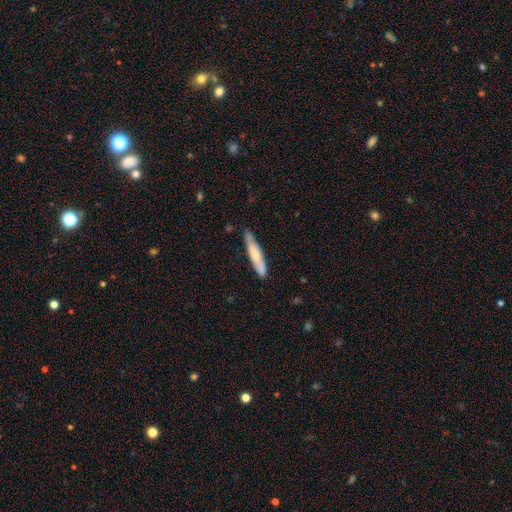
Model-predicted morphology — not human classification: Smooth or featured? smooth (61%)
How rounded? cigar-shaped (87%)
Merging? none (74%)